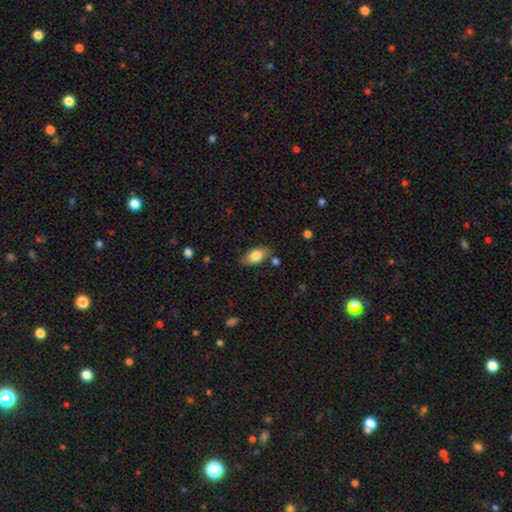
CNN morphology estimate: This is likely a smooth galaxy (75%). How rounded: clearly in between (88%). Merging: likely none (74%).